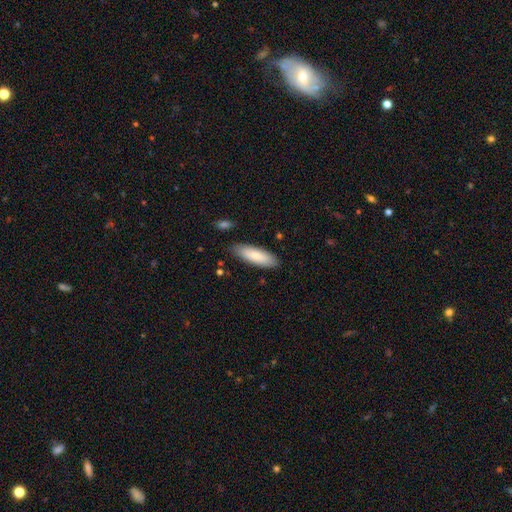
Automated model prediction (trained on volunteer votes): This appears to be a smooth galaxy with no disk features (84%) that is in between round and cigar-shaped (56%). Merging: none (85%).